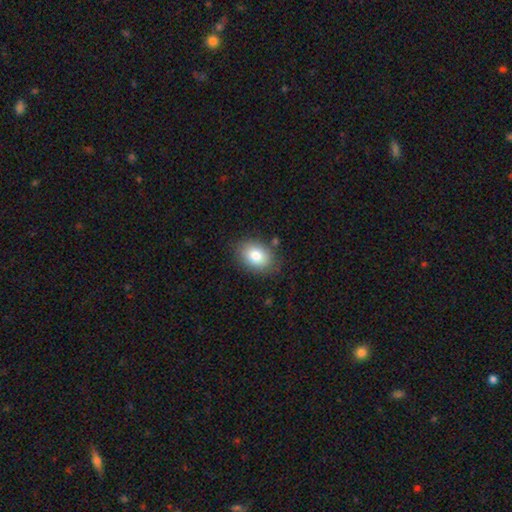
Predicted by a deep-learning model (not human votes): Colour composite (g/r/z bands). It shows a smooth galaxy with no disk features (82%) that is in between round and cigar-shaped (73%). Merging: none (83%).